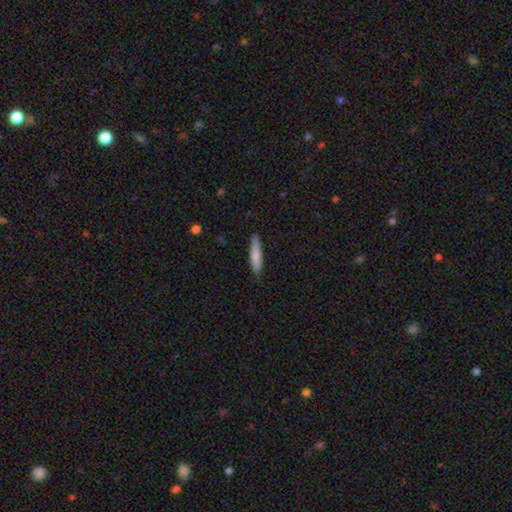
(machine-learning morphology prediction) This is likely a smooth galaxy (77%). How rounded: clearly cigar-shaped (89%). Merging: clearly none (88%).